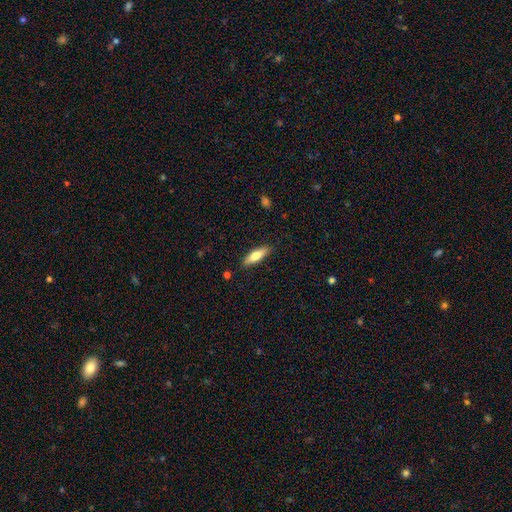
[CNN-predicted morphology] Smooth or featured? smooth (69%)
How rounded? cigar-shaped (58%)
Merging? none (88%)